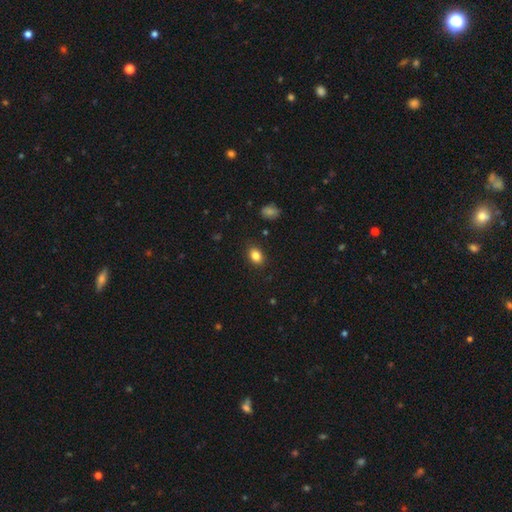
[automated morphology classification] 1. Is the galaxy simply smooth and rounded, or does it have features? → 84% smooth, 10% star or artifact, 7% featured or disk.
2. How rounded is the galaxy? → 75% in between, 24% round, 1% cigar-shaped.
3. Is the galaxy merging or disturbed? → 86% none, 10% minor disturbance, 3% major disturbance, 1% merger.